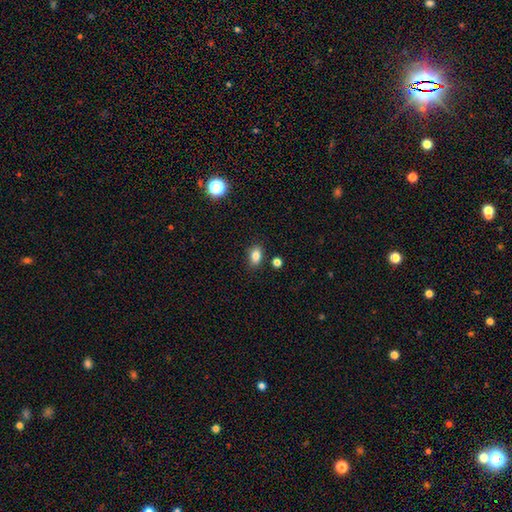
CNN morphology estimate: Smooth or featured? smooth (83%)
How rounded? in between (81%)
Merging? none (83%)